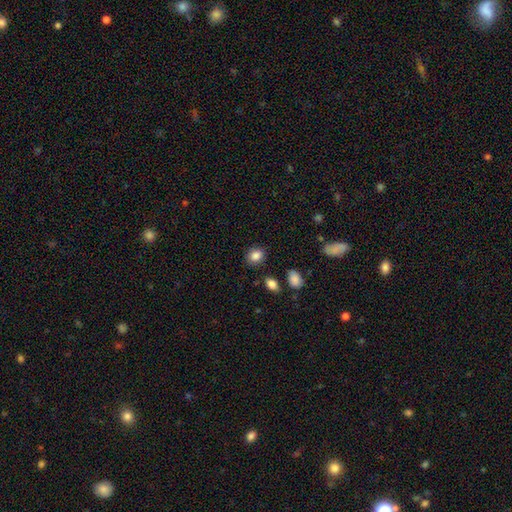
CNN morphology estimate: Q: Smooth or featured?
A: smooth (86%); runner-up: star or artifact (9%)
Q: How rounded?
A: round (52%); runner-up: in between (46%)
Q: Merging?
A: none (84%); runner-up: minor disturbance (10%)